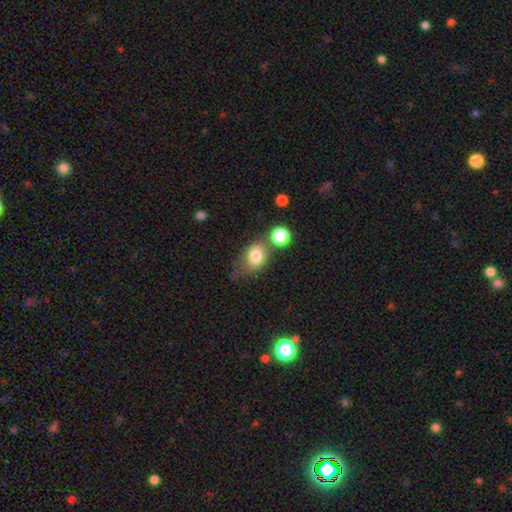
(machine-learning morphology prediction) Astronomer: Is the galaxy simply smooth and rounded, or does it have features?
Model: smooth — 78%.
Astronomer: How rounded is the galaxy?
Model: in between — 62%.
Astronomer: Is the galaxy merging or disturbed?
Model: none — 47% (runner-up: minor disturbance, 23%).